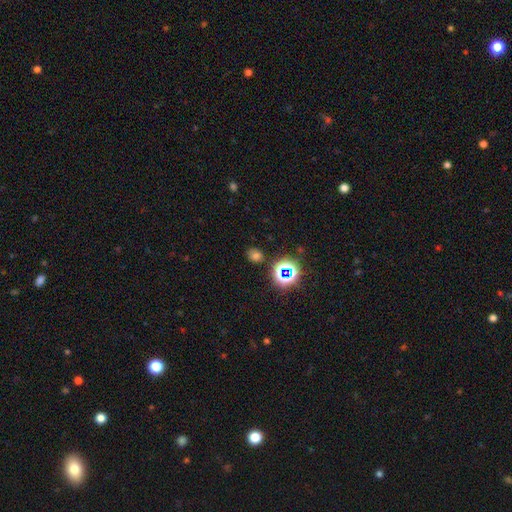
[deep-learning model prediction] This is likely a smooth galaxy (62%). How rounded: likely round (68%). Merging: likely none (80%).